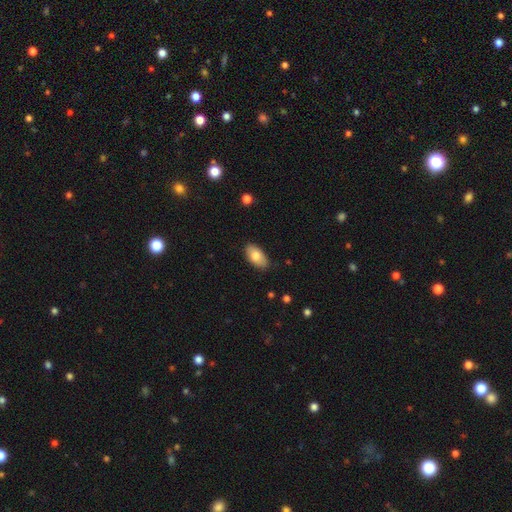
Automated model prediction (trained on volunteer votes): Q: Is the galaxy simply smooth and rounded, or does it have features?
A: smooth — 80%.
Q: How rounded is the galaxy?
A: in between — 94%.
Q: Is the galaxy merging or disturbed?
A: none — 83%.